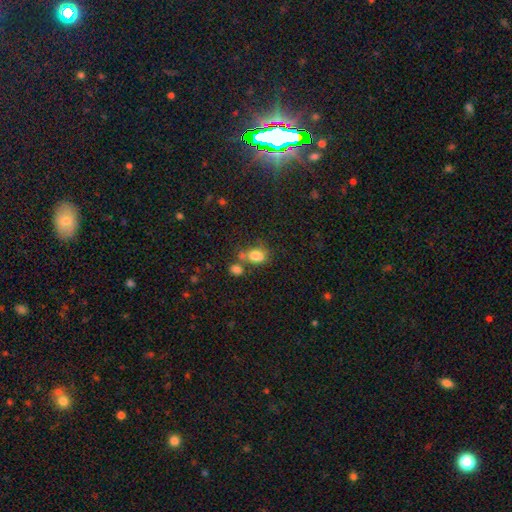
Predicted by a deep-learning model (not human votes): Overall: smooth (79%). How rounded: in between (77%). Merging: none (42%; merger 35%).